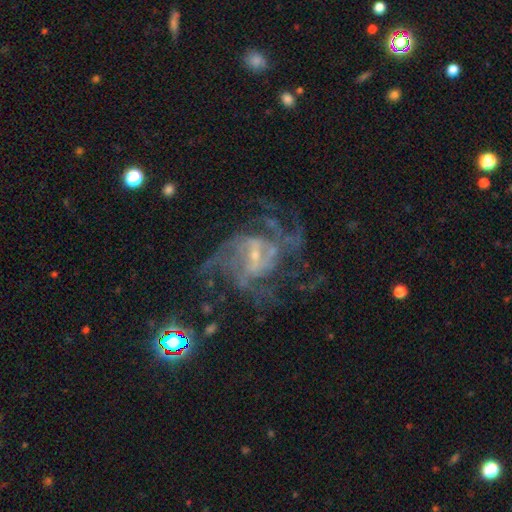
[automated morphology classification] Q: Smooth or featured?
A: featured or disk (83%); runner-up: star or artifact (11%)
Q: Edge-on disk?
A: no (97%); runner-up: yes (3%)
Q: Bar?
A: weak (51%); runner-up: no (31%)
Q: Spiral arms?
A: yes (89%); runner-up: no (11%)
Q: Spiral winding?
A: medium (48%); runner-up: tight (27%)
Q: Spiral arm count?
A: can't tell (31%); runner-up: 4 (21%)
Q: Bulge size?
A: small (73%); runner-up: moderate (18%)
Q: Merging?
A: none (52%); runner-up: major disturbance (28%)